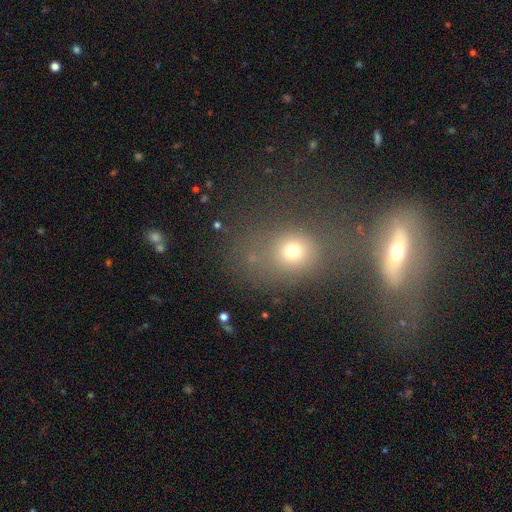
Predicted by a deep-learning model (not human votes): A smooth galaxy with no disk features (54%) that is round (51%).

Vote fractions:
- Smooth or featured? smooth: 54% / featured or disk: 26% / star or artifact: 21%
- How rounded? round: 51% / in between: 45% / cigar-shaped: 4%
- Merging? merger: 48% / none: 33% / minor disturbance: 10% / major disturbance: 10%